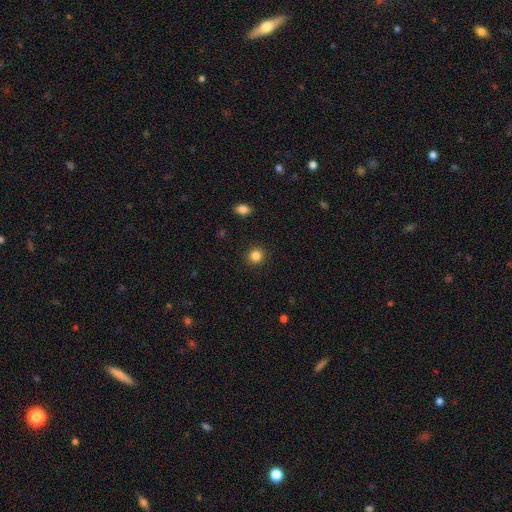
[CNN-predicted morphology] Overall: smooth (85%). How rounded: round (90%). Merging: none (92%).